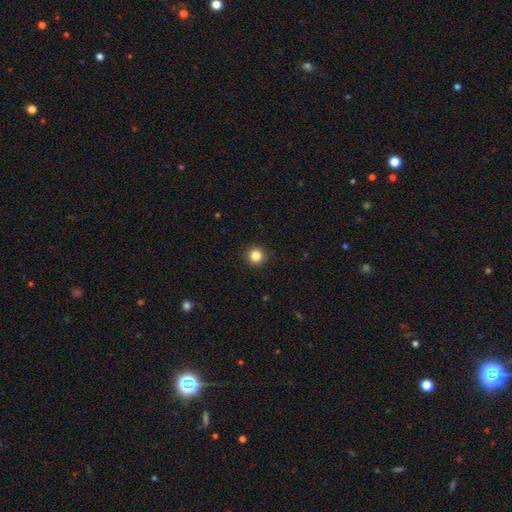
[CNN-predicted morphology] Overall: smooth (85%). How rounded: round (95%). Merging: none (92%).